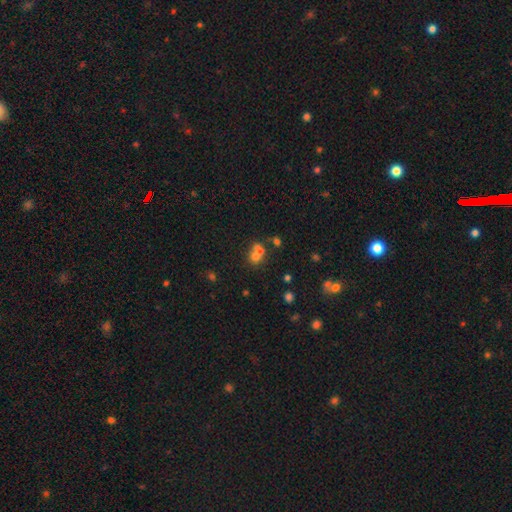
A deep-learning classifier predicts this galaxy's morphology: smooth 59%, featured or disk 21%, star or artifact 20%. Down the decision tree: how rounded — round (73%); merging — merger (58%).